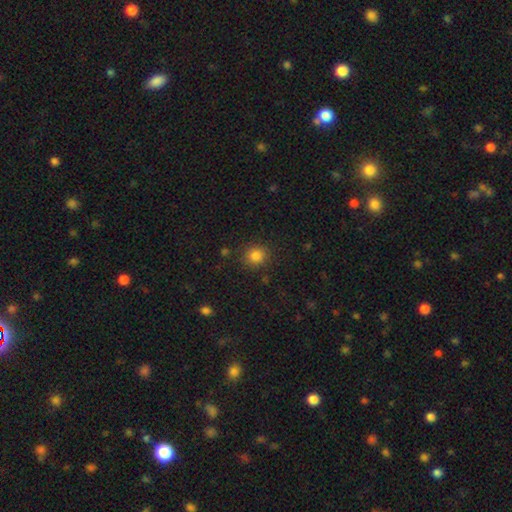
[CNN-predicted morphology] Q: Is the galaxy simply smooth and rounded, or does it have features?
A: smooth — 84%.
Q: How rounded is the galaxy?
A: round — 86%.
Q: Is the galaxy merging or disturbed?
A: none — 85%.